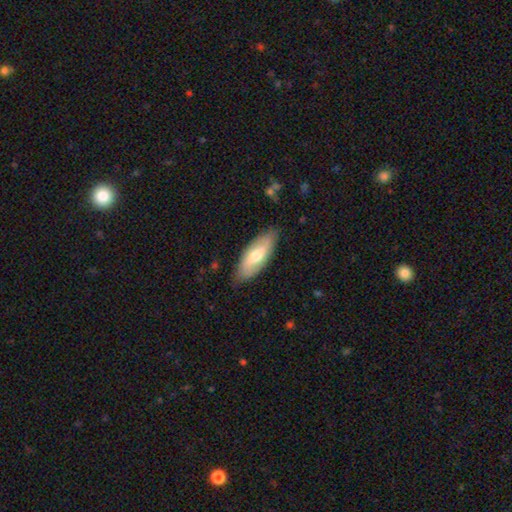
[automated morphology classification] smooth_or_featured: smooth (p=0.54) [alt: featured or disk p=0.41]
how_rounded: in between (p=0.74) [alt: cigar-shaped p=0.23]
merging: none (p=0.84) [alt: minor disturbance p=0.12]